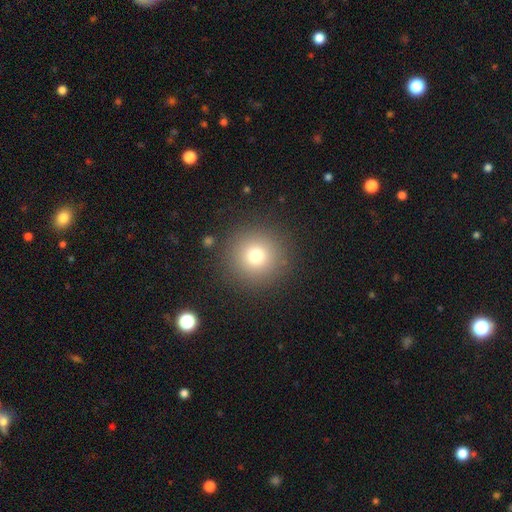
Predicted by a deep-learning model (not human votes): Smooth or featured? Predicted: smooth (p=0.76). How rounded? Predicted: round (p=0.95). Merging? Predicted: none (p=0.89).